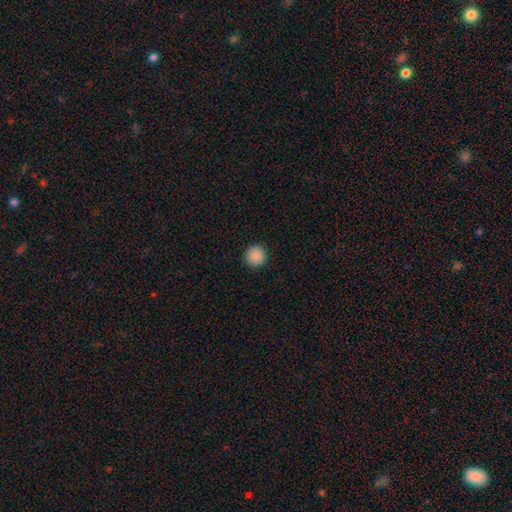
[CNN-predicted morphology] Smooth or featured?
  - smooth: 89% *
  - star or artifact: 9%
  - featured or disk: 3%
How rounded?
  - round: 95% *
  - in between: 4%
  - cigar-shaped: 1%
Merging?
  - none: 93% *
  - minor disturbance: 5%
  - major disturbance: 2%
  - merger: 1%